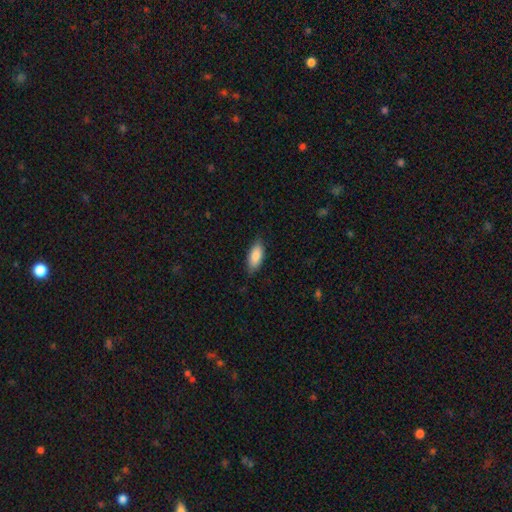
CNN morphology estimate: A smooth galaxy with no disk features (87%) that is in between round and cigar-shaped (85%).

Vote fractions:
- Smooth or featured? smooth: 87% / featured or disk: 7% / star or artifact: 6%
- How rounded? in between: 85% / cigar-shaped: 13% / round: 2%
- Merging? none: 80% / minor disturbance: 16% / major disturbance: 3% / merger: 1%